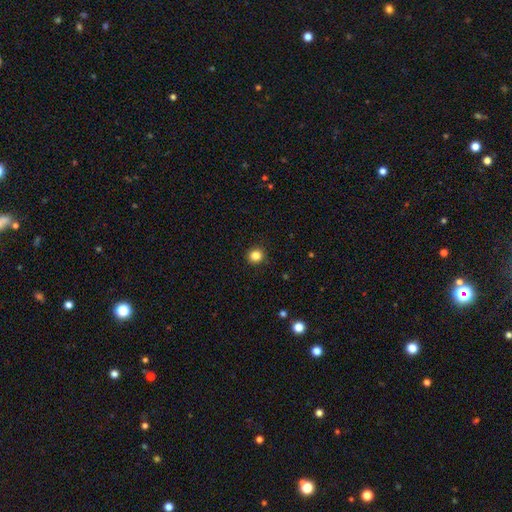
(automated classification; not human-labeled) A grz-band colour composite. It shows a smooth galaxy with no disk features (84%) that is round (93%). Merging: none (92%).